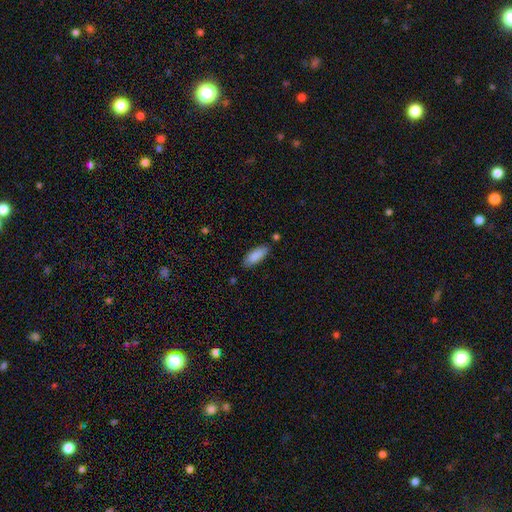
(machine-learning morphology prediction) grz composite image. It shows a smooth galaxy with no disk features (87%) that is in between round and cigar-shaped (72%). Merging: none (77%).